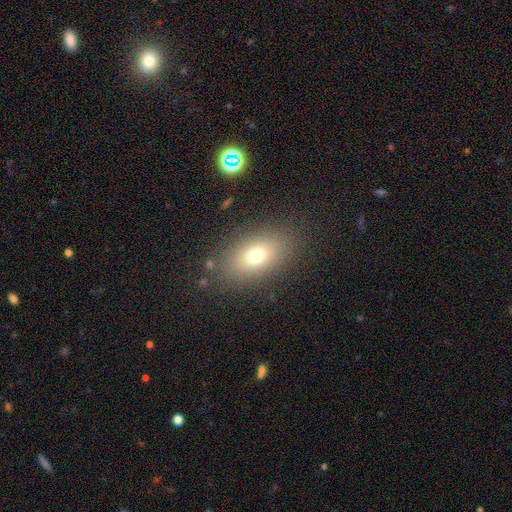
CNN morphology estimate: Smooth or featured: smooth — 72% (featured or disk — 15%)
How rounded: in between — 84% (round — 13%)
Merging: none — 84% (minor disturbance — 10%)